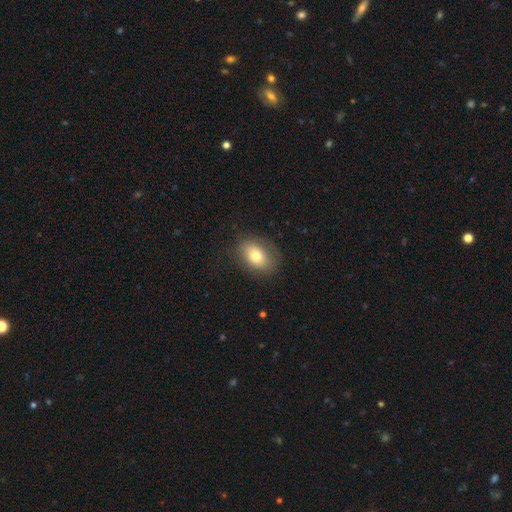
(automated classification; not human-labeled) Smooth or featured? smooth (76%)
How rounded? in between (79%)
Merging? none (79%)